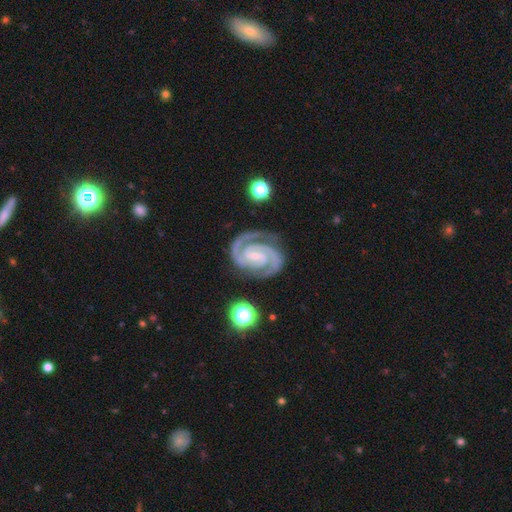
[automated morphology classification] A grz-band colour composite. It shows a featured or disk galaxy (93%) with no bar (40%), 2 (91%) tight (71%) spiral arms (99%) and a small central bulge (69%). Merging: none (82%).